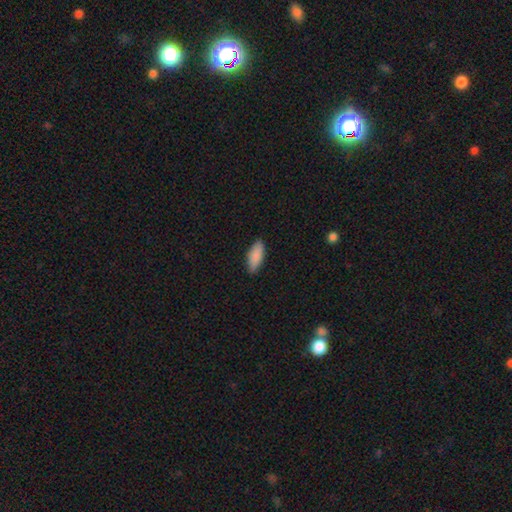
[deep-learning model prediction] Smooth or featured?
  - smooth: 90% *
  - star or artifact: 6%
  - featured or disk: 5%
How rounded?
  - in between: 81% *
  - cigar-shaped: 17%
  - round: 2%
Merging?
  - none: 87% *
  - minor disturbance: 10%
  - major disturbance: 2%
  - merger: 1%